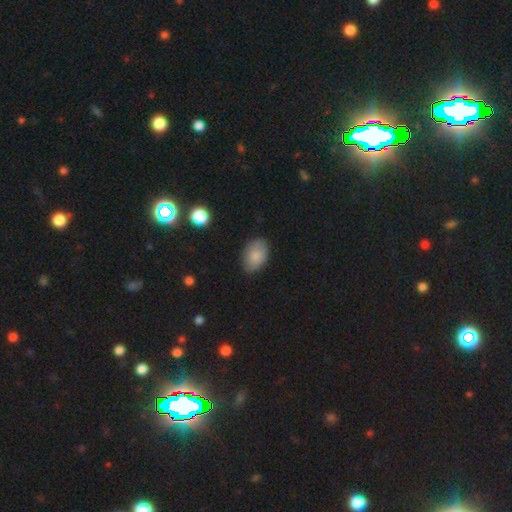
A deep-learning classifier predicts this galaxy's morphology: smooth_or_featured: smooth (p=0.83) [alt: featured or disk p=0.09]
how_rounded: in between (p=0.88) [alt: round p=0.11]
merging: none (p=0.82) [alt: minor disturbance p=0.14]